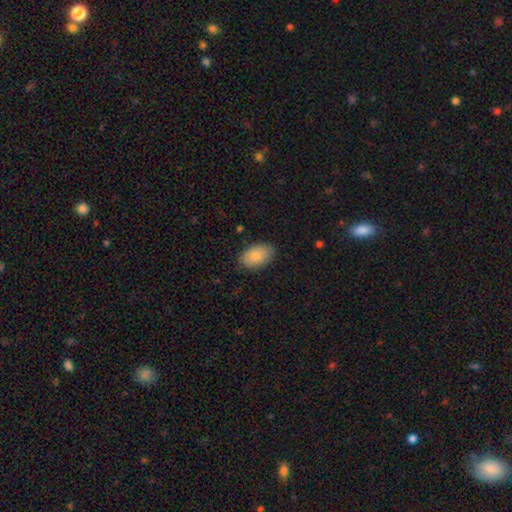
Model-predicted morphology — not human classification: A smooth galaxy with no disk features (87%) that is in between round and cigar-shaped (92%).

Vote fractions:
- Smooth or featured? smooth: 87% / featured or disk: 7% / star or artifact: 6%
- How rounded? in between: 92% / round: 7% / cigar-shaped: 1%
- Merging? none: 83% / minor disturbance: 13% / major disturbance: 3% / merger: 1%